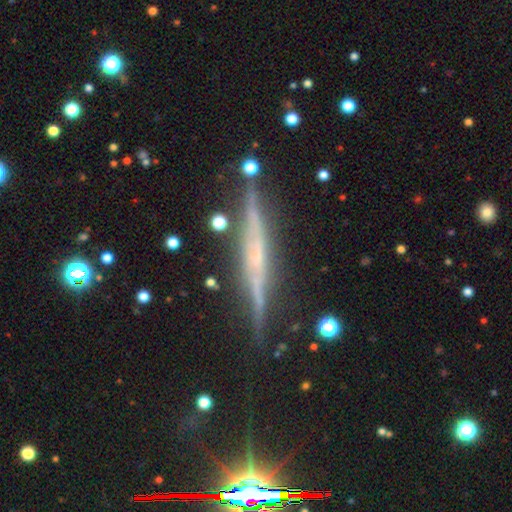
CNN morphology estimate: type=featured or disk (73%); edge-on=yes (97%); edge-on bulge=none (50%); merging=none (85%).